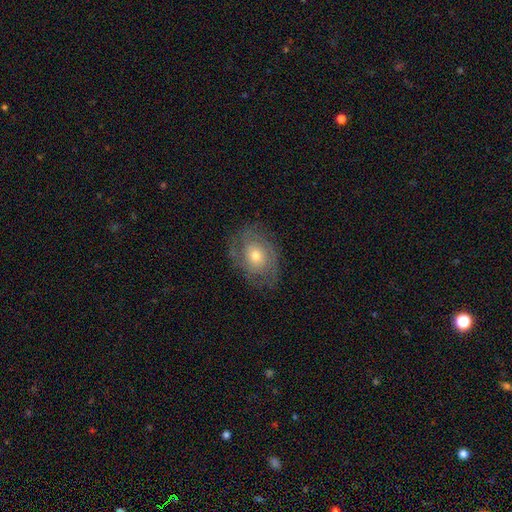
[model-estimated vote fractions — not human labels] Smooth or featured: featured or disk — 64% (smooth — 28%)
Edge-on disk: no — 95% (yes — 5%)
Bar: no — 82% (weak — 15%)
Spiral arms: yes — 77% (no — 23%)
Bulge size: moderate — 59% (small — 33%)
Merging: none — 73% (minor disturbance — 17%)